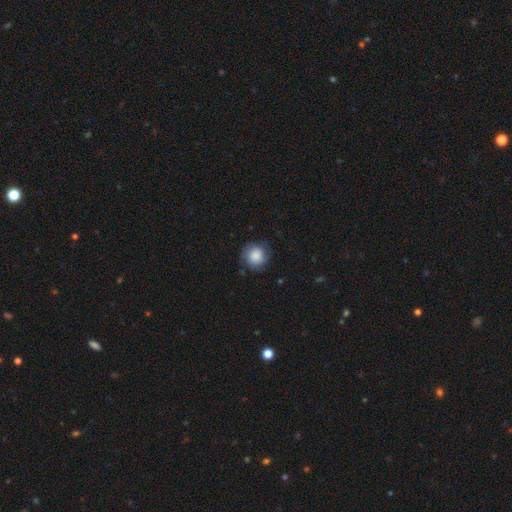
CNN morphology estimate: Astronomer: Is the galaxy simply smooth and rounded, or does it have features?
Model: smooth — 76%.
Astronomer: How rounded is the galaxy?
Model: round — 90%.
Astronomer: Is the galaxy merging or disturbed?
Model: none — 76%.